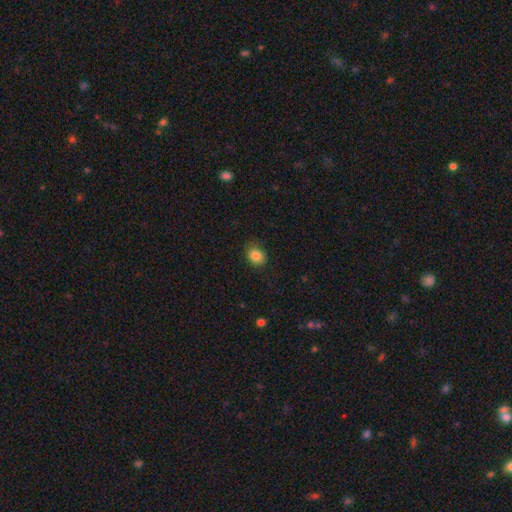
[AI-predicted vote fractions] A smooth galaxy with no disk features (83%) that is round (63%). Merging: none (76%).